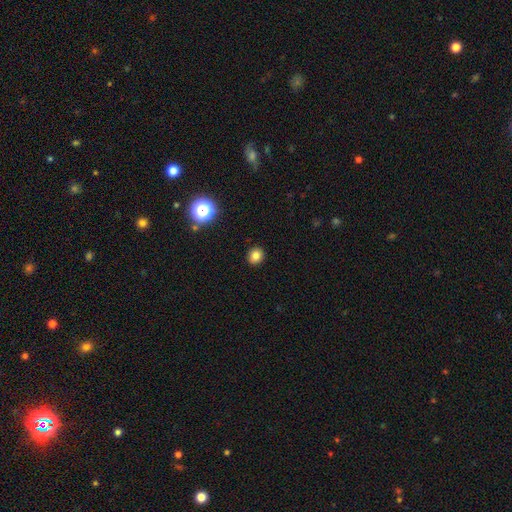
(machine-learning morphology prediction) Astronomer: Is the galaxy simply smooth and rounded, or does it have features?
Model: smooth — 81%.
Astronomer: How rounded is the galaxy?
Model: round — 78%.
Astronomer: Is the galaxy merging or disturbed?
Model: none — 91%.